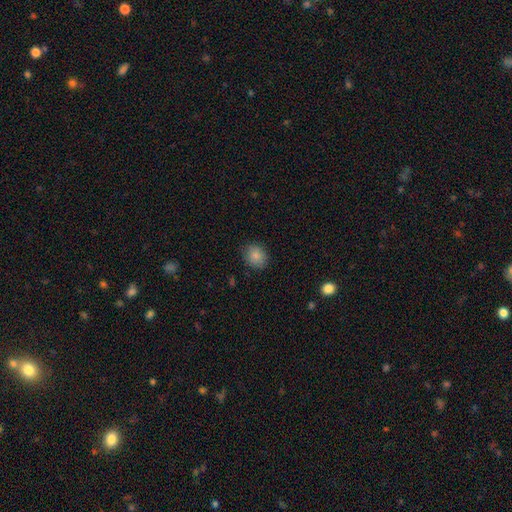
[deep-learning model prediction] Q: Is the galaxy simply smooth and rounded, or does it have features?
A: smooth — 86%.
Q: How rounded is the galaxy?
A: round — 68%.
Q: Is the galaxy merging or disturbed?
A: none — 84%.